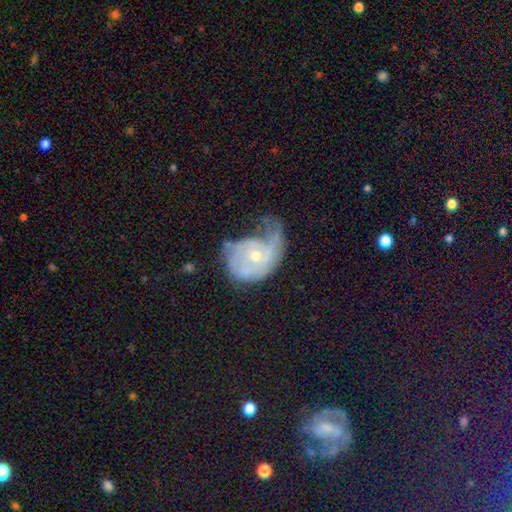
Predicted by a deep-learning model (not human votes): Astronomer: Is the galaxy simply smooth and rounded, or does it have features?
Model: featured or disk — 72%.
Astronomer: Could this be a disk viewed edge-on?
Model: no — 97%.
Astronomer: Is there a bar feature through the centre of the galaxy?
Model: no — 77%.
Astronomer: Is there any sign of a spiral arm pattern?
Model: yes — 79%.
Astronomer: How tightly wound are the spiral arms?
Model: tight — 40% (runner-up: medium, 32%).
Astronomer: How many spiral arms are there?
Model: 1 — 44% (runner-up: can't tell, 24%).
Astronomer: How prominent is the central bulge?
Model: small — 52% (runner-up: moderate, 45%).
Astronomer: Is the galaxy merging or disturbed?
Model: major disturbance — 47% (runner-up: minor disturbance, 27%).